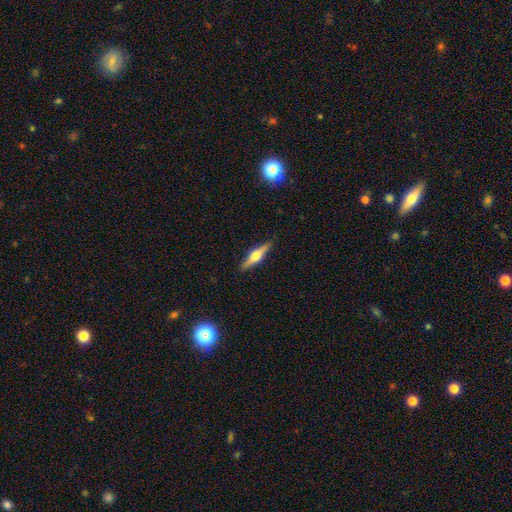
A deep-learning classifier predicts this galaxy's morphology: featured or disk 64%, smooth 30%, star or artifact 6%. Down the decision tree: edge-on disk — yes (97%); edge-on bulge — rounded (93%); merging — none (90%).